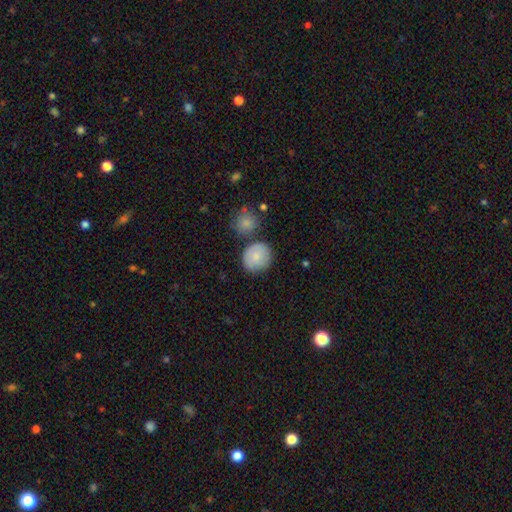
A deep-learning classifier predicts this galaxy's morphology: smooth 83%, featured or disk 11%, star or artifact 7%. Down the decision tree: how rounded — round (83%); merging — none (72%).